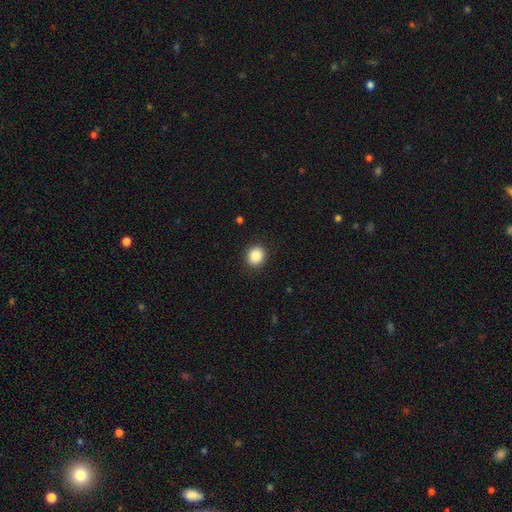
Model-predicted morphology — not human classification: Q: Smooth or featured?
A: smooth (86%); runner-up: star or artifact (9%)
Q: How rounded?
A: round (83%); runner-up: in between (16%)
Q: Merging?
A: none (91%); runner-up: minor disturbance (6%)